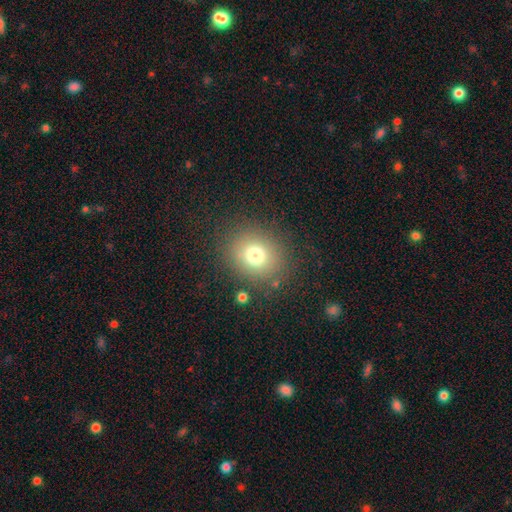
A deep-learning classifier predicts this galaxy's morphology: This is likely a smooth galaxy (75%). How rounded: likely round (70%). Merging: clearly none (85%).